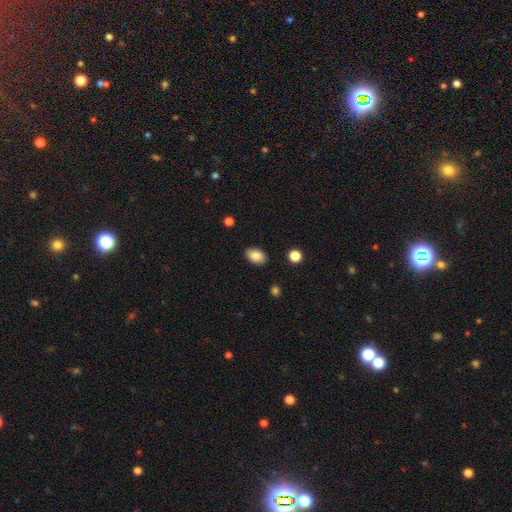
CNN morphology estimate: Smooth or featured? smooth (84%)
How rounded? in between (88%)
Merging? none (88%)